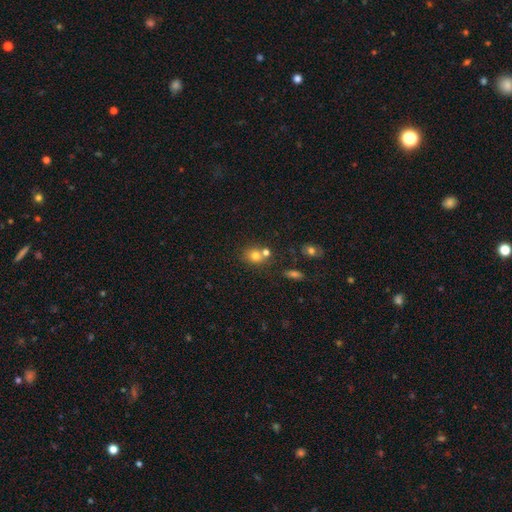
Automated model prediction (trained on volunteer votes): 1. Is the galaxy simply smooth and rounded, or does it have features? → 75% smooth, 14% star or artifact, 12% featured or disk.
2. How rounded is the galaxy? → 67% round, 32% in between, 1% cigar-shaped.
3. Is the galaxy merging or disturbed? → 50% none, 36% merger, 10% minor disturbance, 4% major disturbance.